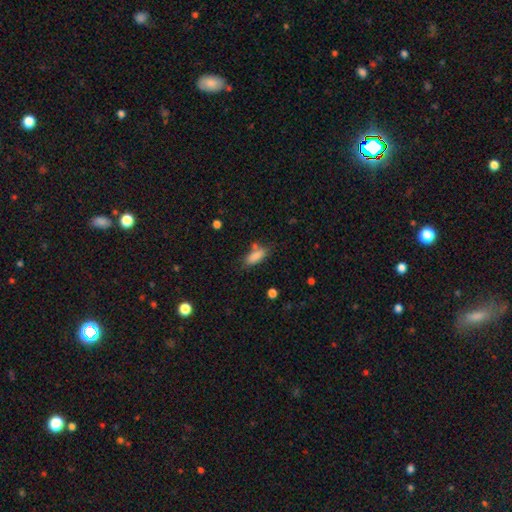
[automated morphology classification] A smooth galaxy with no disk features (85%) that is in between round and cigar-shaped (73%). Merging: none (64%).